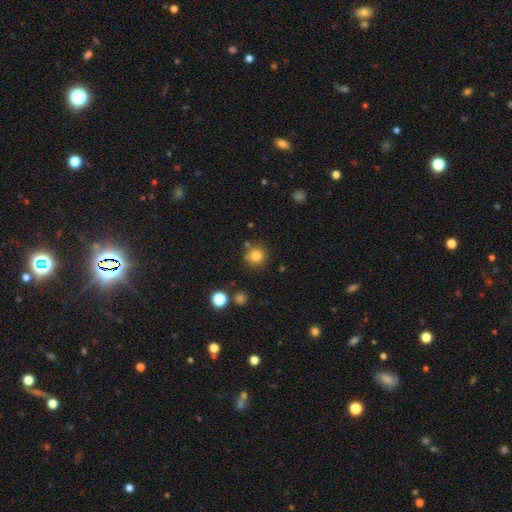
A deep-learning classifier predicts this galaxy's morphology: smooth_or_featured: smooth (p=0.82) [alt: star or artifact p=0.12]
how_rounded: round (p=0.93) [alt: in between p=0.06]
merging: none (p=0.81) [alt: minor disturbance p=0.09]